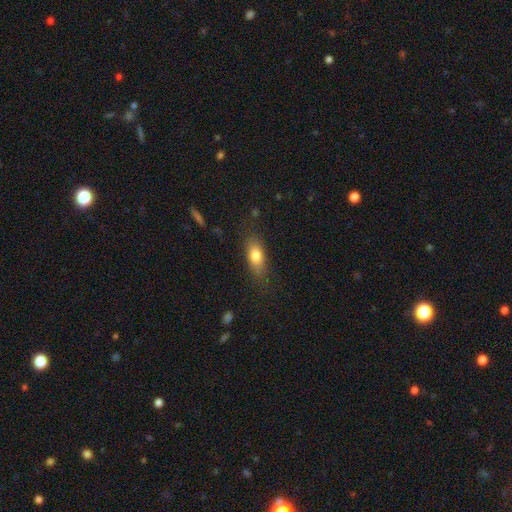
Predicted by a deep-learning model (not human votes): Smooth or featured: smooth — 78% (featured or disk — 14%)
How rounded: in between — 76% (cigar-shaped — 18%)
Merging: none — 76% (minor disturbance — 17%)